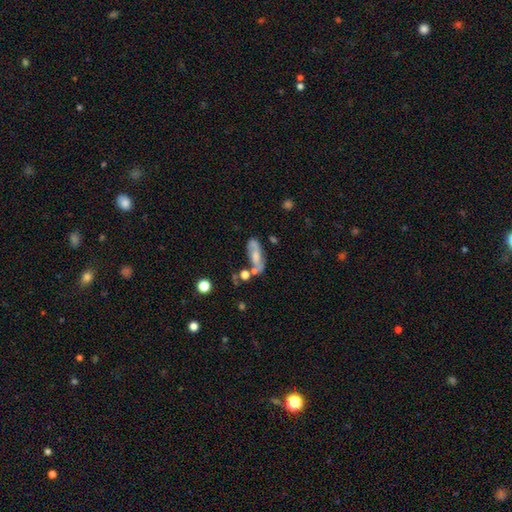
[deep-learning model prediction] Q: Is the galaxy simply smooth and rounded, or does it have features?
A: featured or disk — 47%.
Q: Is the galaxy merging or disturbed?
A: none — 49%.